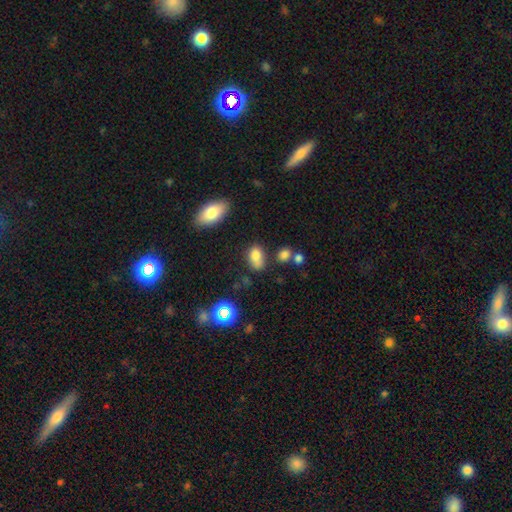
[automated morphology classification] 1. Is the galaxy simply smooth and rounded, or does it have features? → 77% smooth, 14% star or artifact, 9% featured or disk.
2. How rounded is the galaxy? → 84% in between, 14% round, 2% cigar-shaped.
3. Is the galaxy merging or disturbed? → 48% none, 27% minor disturbance, 14% merger, 11% major disturbance.